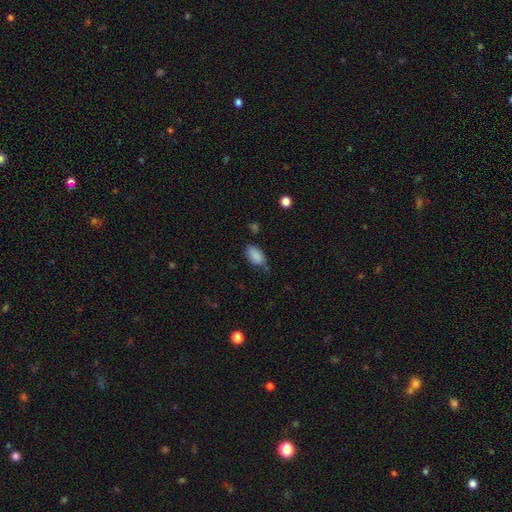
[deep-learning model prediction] Smooth or featured: smooth — 87% (star or artifact — 8%)
How rounded: in between — 93% (round — 4%)
Merging: none — 53% (minor disturbance — 35%)